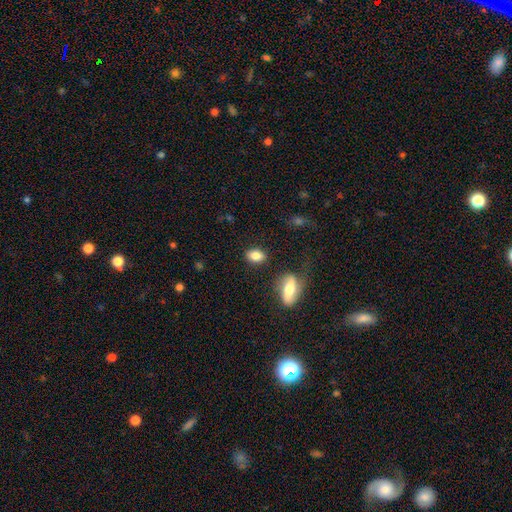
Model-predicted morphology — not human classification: The model was most divided on "how rounded": in between: 83%, round: 14%, cigar-shaped: 3%. More confident: smooth or featured — smooth (83%); merging — none (82%).